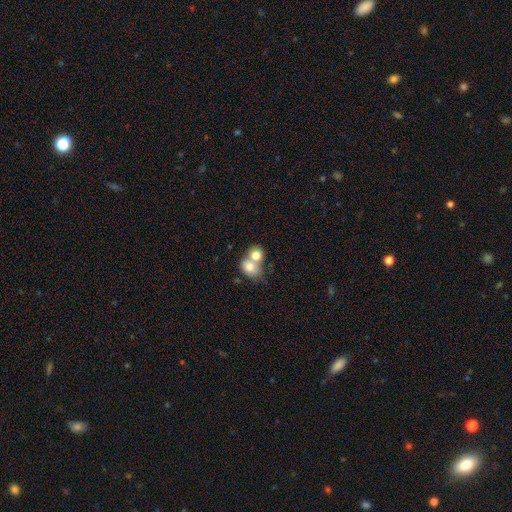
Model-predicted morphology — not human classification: Smooth or featured? Predicted: smooth (p=0.75). How rounded? Predicted: round (p=0.60). Merging? Predicted: merger (p=0.70).